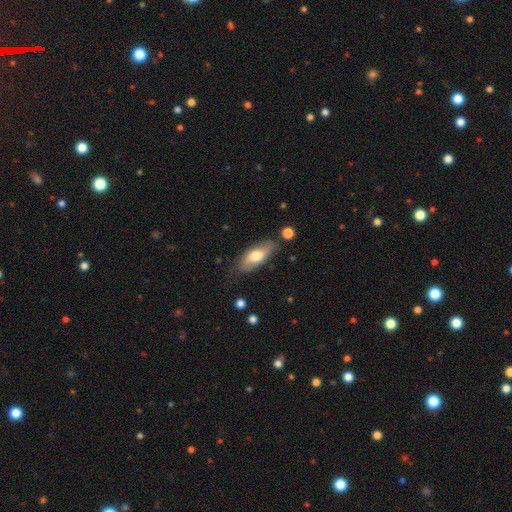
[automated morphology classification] This appears to be a smooth galaxy with no disk features (66%) that is in between round and cigar-shaped (81%). Merging: none (71%).